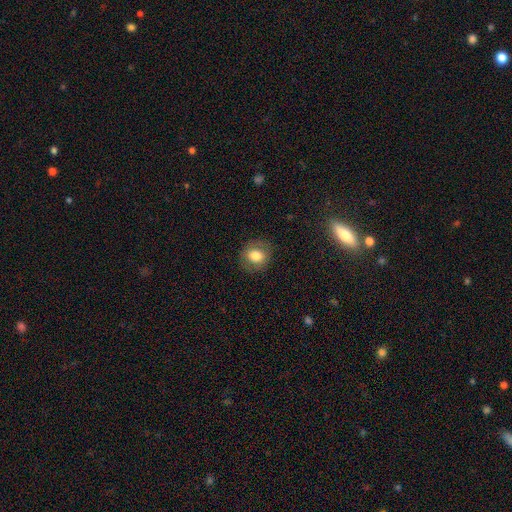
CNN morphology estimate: This is likely a smooth galaxy (75%). How rounded: likely round (72%). Merging: clearly none (84%).